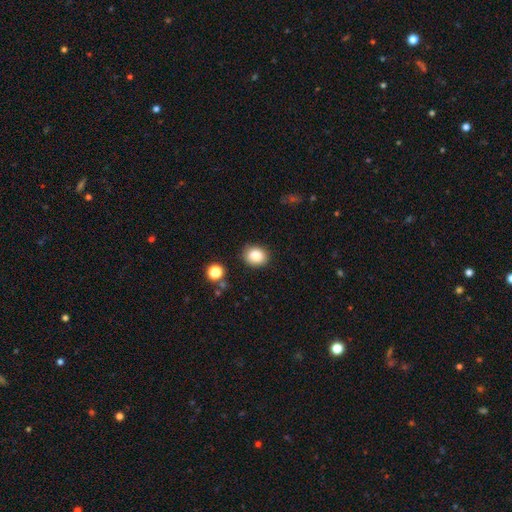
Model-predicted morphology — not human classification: smooth-or-featured: smooth: 85% | star or artifact: 10% | featured or disk: 5%
  how-rounded: round: 57% | in between: 42% | cigar-shaped: 1%
  merging: none: 83% | minor disturbance: 12% | major disturbance: 3% | merger: 2%